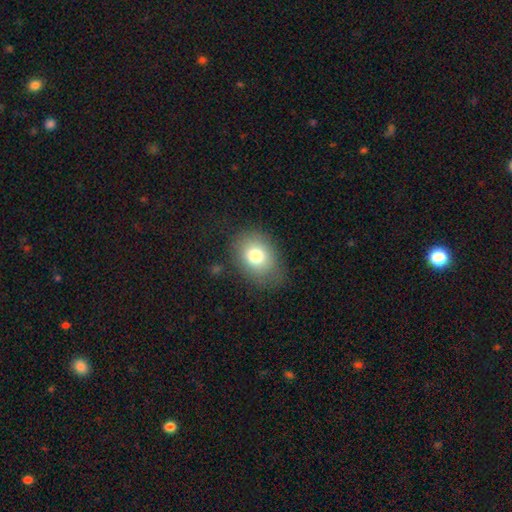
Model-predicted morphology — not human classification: Overall: smooth (78%). How rounded: in between (62%; round 37%). Merging: none (74%).